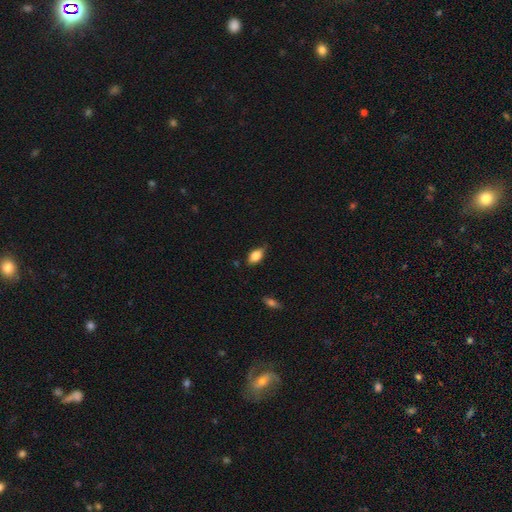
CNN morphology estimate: Q: Smooth or featured?
A: smooth (79%); runner-up: featured or disk (13%)
Q: How rounded?
A: in between (87%); runner-up: round (8%)
Q: Merging?
A: none (69%); runner-up: minor disturbance (26%)